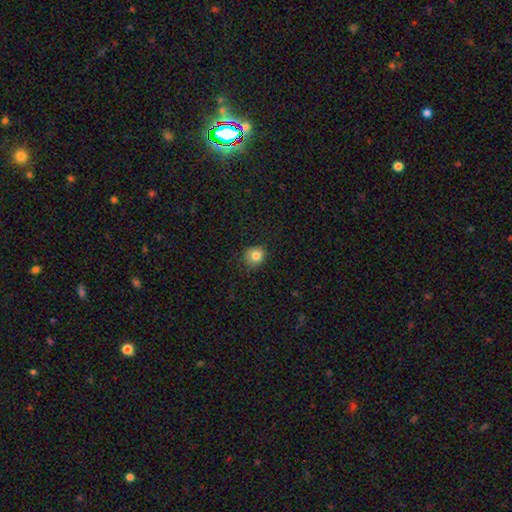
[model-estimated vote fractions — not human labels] Smooth or featured? smooth (82%)
How rounded? round (83%)
Merging? none (76%)